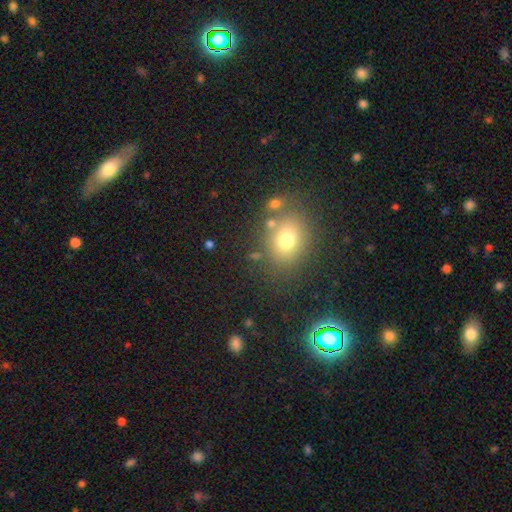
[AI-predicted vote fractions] smooth 69%, star or artifact 19%, featured or disk 12%. Down the decision tree: how rounded — in between (51%); merging — none (72%).